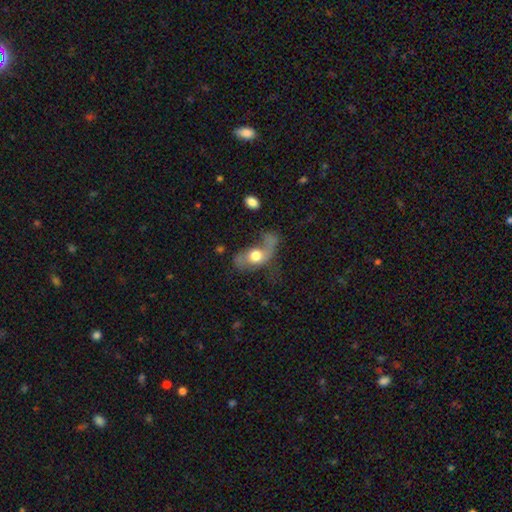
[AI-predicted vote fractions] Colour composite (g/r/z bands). It shows a smooth galaxy with no disk features (46%). Merging: major disturbance (45%).